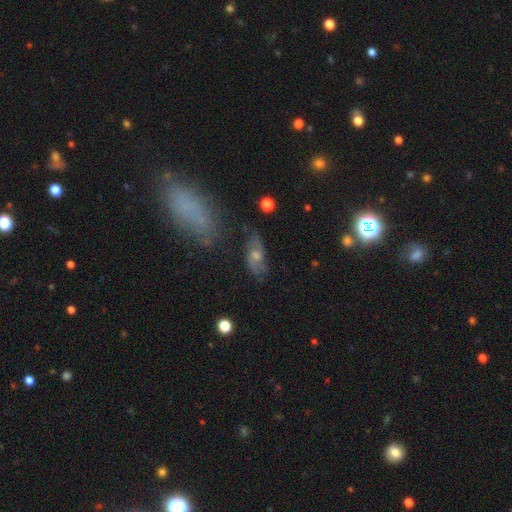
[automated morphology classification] This is possibly a featured or disk galaxy (55%). It is clearly not viewed edge-on (87%). Merging: likely none (65%).